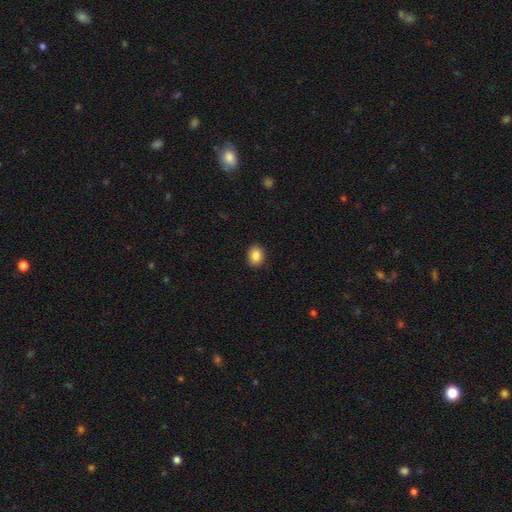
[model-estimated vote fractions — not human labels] Smooth or featured?
  - smooth: 86% *
  - star or artifact: 9%
  - featured or disk: 5%
How rounded?
  - round: 51% *
  - in between: 48%
  - cigar-shaped: 1%
Merging?
  - none: 91% *
  - minor disturbance: 6%
  - major disturbance: 2%
  - merger: 1%